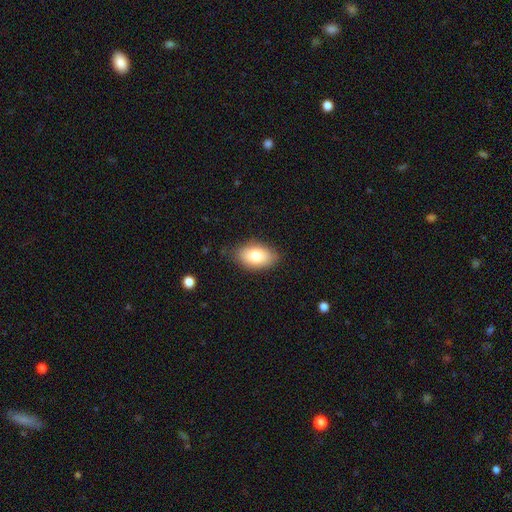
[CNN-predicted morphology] A smooth galaxy with no disk features (81%) that is in between round and cigar-shaped (92%).

Vote fractions:
- Smooth or featured? smooth: 81% / featured or disk: 12% / star or artifact: 7%
- How rounded? in between: 92% / round: 6% / cigar-shaped: 2%
- Merging? none: 82% / minor disturbance: 14% / major disturbance: 3% / merger: 1%